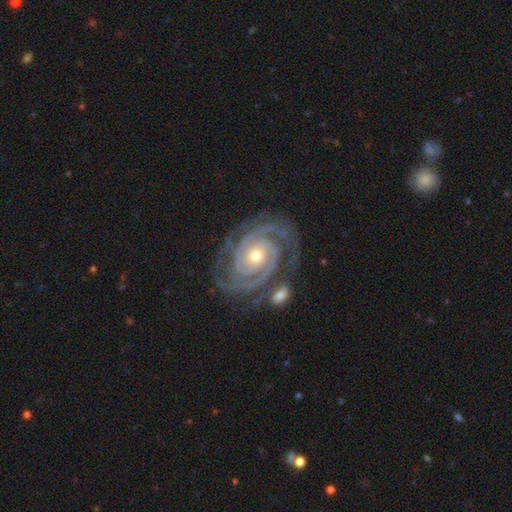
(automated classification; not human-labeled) Overall: featured or disk (93%). Edge-on disk: no (97%). Bar: no (74%). Spiral arms: yes (99%). Spiral arm count: 2 (57%; 3 21%). Spiral winding: tight (83%). Bulge size: small (53%; moderate 44%). Merging: none (75%).